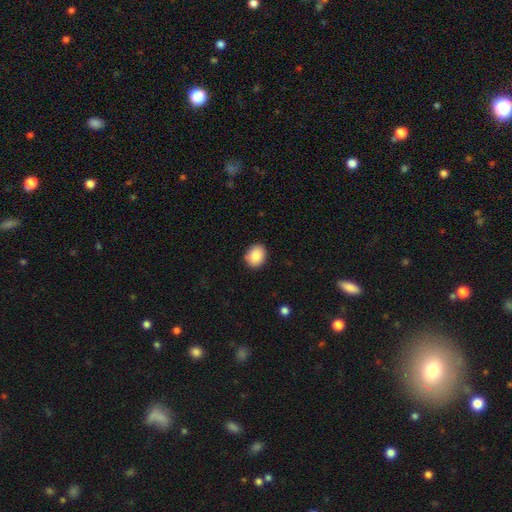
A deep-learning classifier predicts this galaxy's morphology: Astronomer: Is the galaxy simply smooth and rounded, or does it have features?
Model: smooth — 86%.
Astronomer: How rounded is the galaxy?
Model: round — 59% (runner-up: in between, 40%).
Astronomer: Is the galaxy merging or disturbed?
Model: none — 89%.